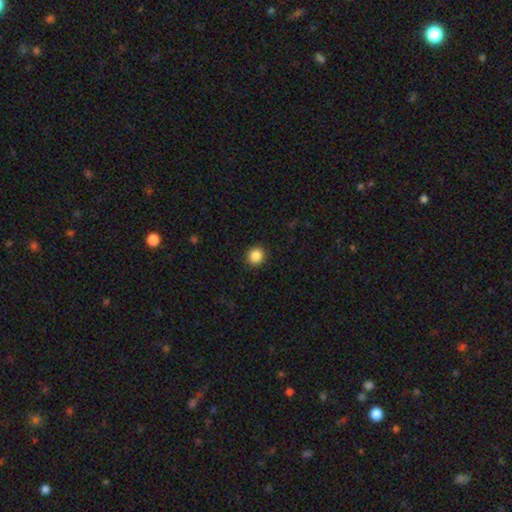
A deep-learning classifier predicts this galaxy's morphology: The model was most divided on "smooth or featured": smooth: 87%, star or artifact: 10%, featured or disk: 3%. More confident: merging — none (92%); how rounded — round (89%).